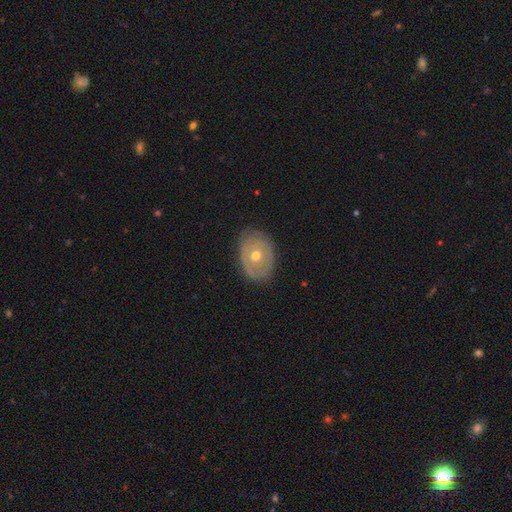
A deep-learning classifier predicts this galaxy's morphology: This appears to be a featured or disk galaxy (58%) with no bar (88%), no spiral arms (68%) and a moderate central bulge (73%). Merging: none (76%).